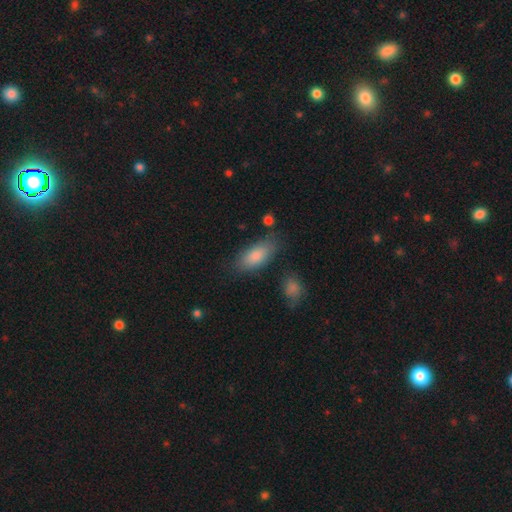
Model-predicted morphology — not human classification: The model was most divided on "merging": none: 76%, minor disturbance: 16%, major disturbance: 4%, merger: 4%. More confident: how rounded — in between (84%); smooth or featured — smooth (83%).